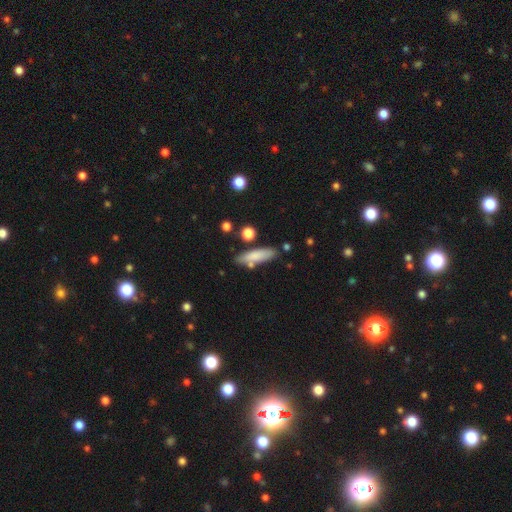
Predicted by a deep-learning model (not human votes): Q: Smooth or featured?
A: smooth (78%); runner-up: featured or disk (16%)
Q: How rounded?
A: cigar-shaped (69%); runner-up: in between (29%)
Q: Merging?
A: none (77%); runner-up: minor disturbance (13%)